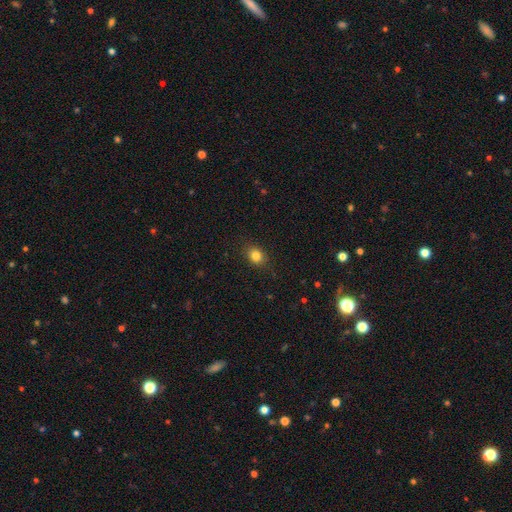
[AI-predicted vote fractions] Q: Smooth or featured?
A: smooth (82%); runner-up: star or artifact (12%)
Q: How rounded?
A: round (55%); runner-up: in between (44%)
Q: Merging?
A: none (87%); runner-up: minor disturbance (9%)